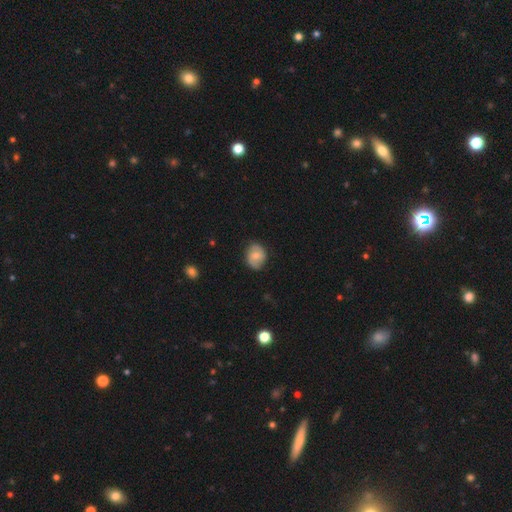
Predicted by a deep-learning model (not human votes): Smooth or featured? Predicted: smooth (p=0.49). Merging? Predicted: none (p=0.78).